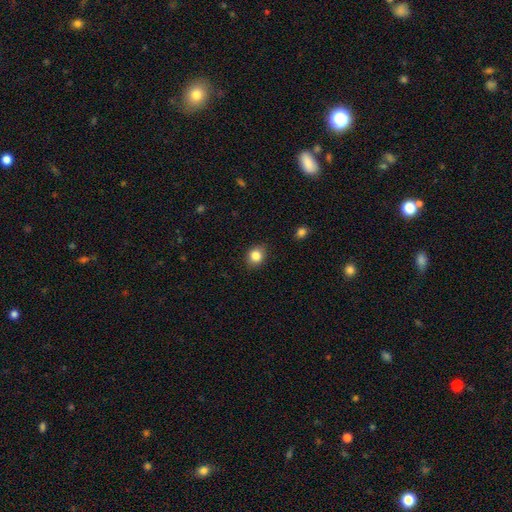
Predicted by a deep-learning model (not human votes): This is clearly a smooth galaxy (84%). How rounded: likely round (68%). Merging: clearly none (86%).